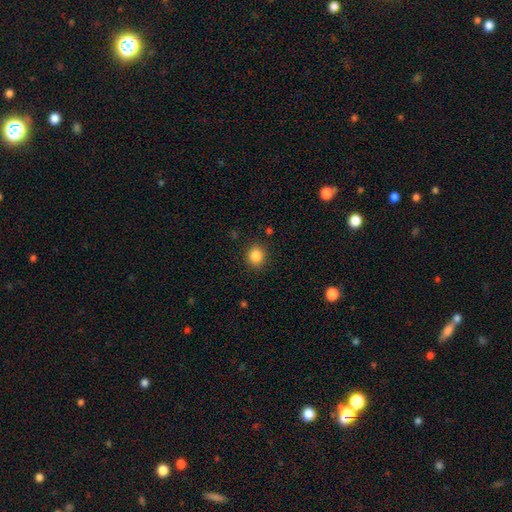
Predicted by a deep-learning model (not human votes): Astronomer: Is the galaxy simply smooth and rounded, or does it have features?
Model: smooth — 86%.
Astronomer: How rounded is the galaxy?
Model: round — 81%.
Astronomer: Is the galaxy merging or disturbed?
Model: none — 88%.